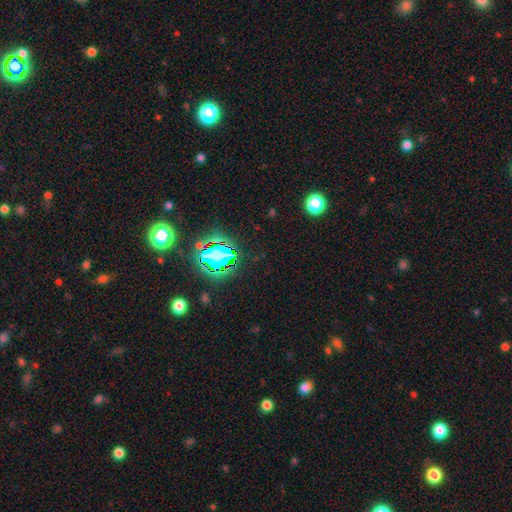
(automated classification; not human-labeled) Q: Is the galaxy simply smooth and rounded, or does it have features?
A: star or artifact — 73%.